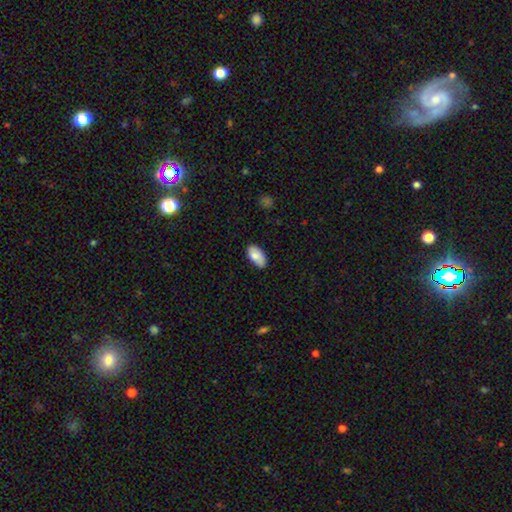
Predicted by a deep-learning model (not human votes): Smooth or featured? smooth (82%)
How rounded? in between (95%)
Merging? none (79%)